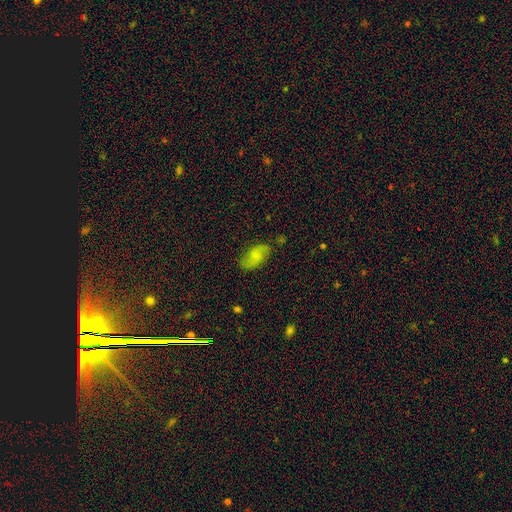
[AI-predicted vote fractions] Smooth or featured?
  - smooth: 53% *
  - featured or disk: 37%
  - star or artifact: 10%
How rounded?
  - in between: 92% *
  - round: 4%
  - cigar-shaped: 4%
Merging?
  - none: 74% *
  - minor disturbance: 18%
  - major disturbance: 5%
  - merger: 2%